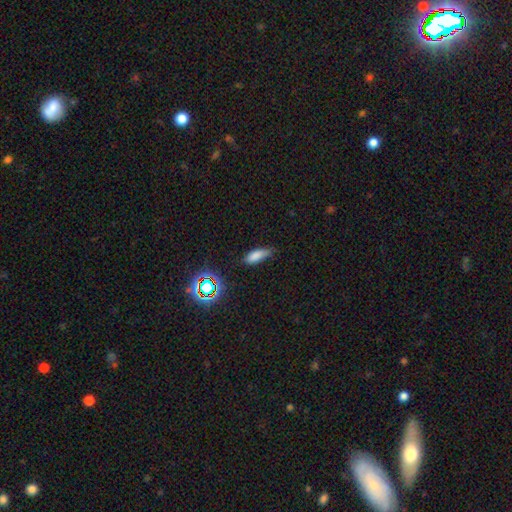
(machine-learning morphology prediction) This appears to be a smooth galaxy with no disk features (76%) that is in between round and cigar-shaped (68%). Merging: none (58%).